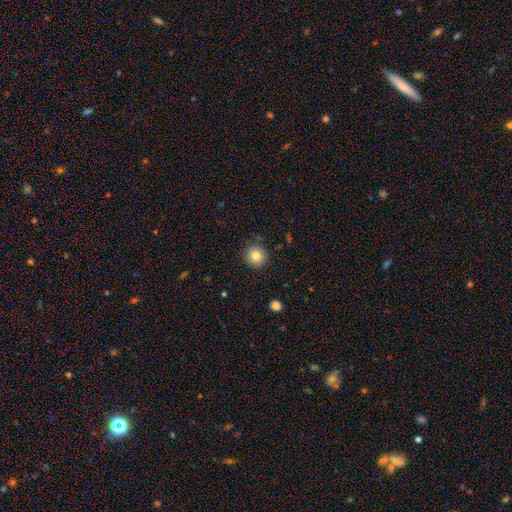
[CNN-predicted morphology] Smooth or featured? smooth (83%)
How rounded? round (95%)
Merging? none (89%)